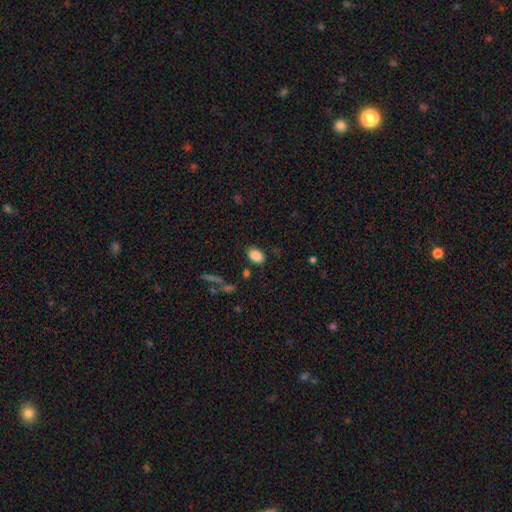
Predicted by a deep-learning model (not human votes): smooth_or_featured: smooth (p=0.87) [alt: star or artifact p=0.09]
how_rounded: in between (p=0.86) [alt: round p=0.13]
merging: none (p=0.83) [alt: minor disturbance p=0.11]